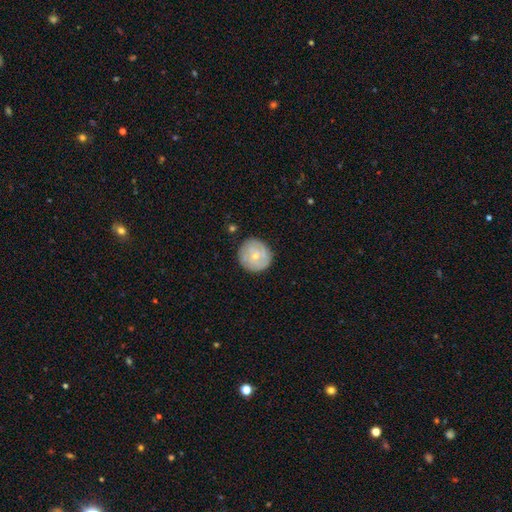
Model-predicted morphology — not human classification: The model was most divided on "smooth or featured": featured or disk: 47%, smooth: 46%, star or artifact: 6%. More confident: merging — none (84%).